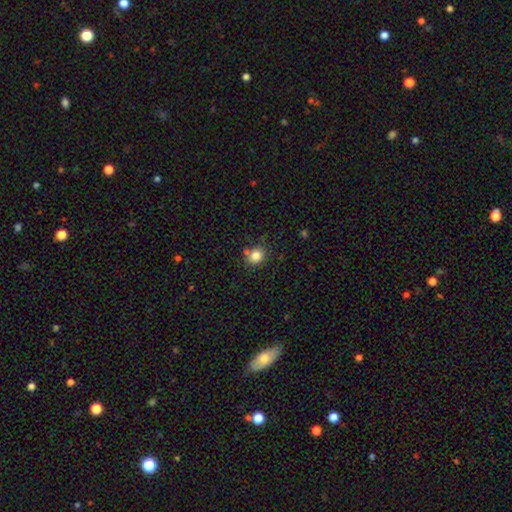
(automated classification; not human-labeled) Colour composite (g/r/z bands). It shows a smooth galaxy with no disk features (82%) that is round (65%). Merging: none (74%).